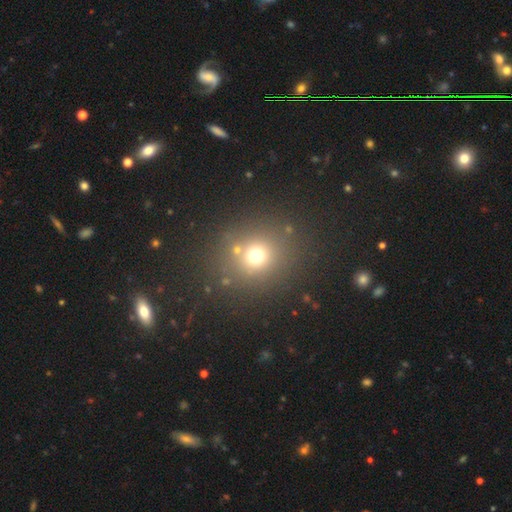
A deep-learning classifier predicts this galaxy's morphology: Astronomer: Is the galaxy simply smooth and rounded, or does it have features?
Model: smooth — 67%.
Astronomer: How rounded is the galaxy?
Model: round — 81%.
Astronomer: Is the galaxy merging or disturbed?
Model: none — 80%.